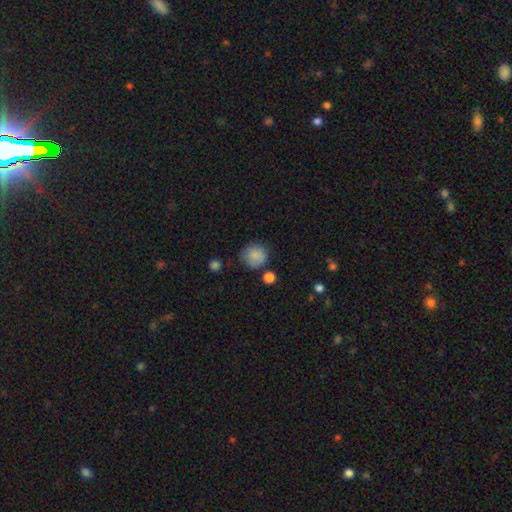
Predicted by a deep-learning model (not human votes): Morphology: type=smooth (85%); roundness=round (87%); merging=none (65%).